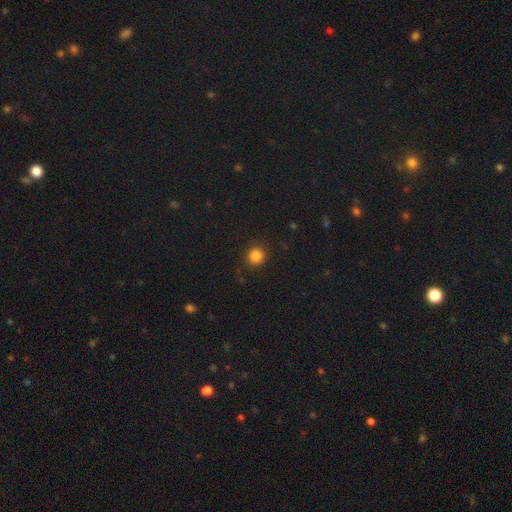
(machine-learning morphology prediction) smooth_or_featured: smooth (p=0.85) [alt: star or artifact p=0.12]
how_rounded: round (p=0.92) [alt: in between p=0.07]
merging: none (p=0.89) [alt: minor disturbance p=0.07]